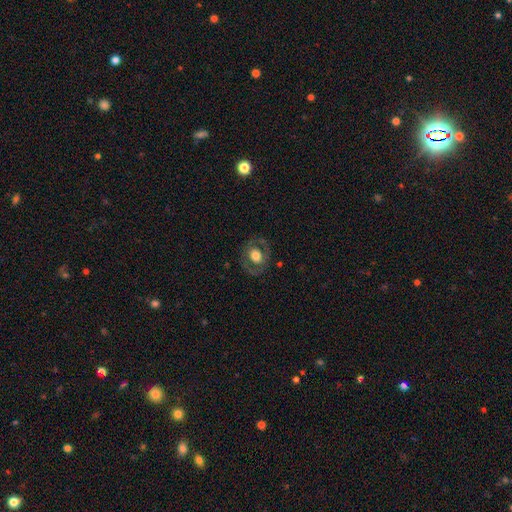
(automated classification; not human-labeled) A smooth galaxy with no disk features (48%).

Vote fractions:
- Smooth or featured? smooth: 48% / featured or disk: 45% / star or artifact: 7%
- Merging? none: 78% / minor disturbance: 13% / major disturbance: 8% / merger: 1%